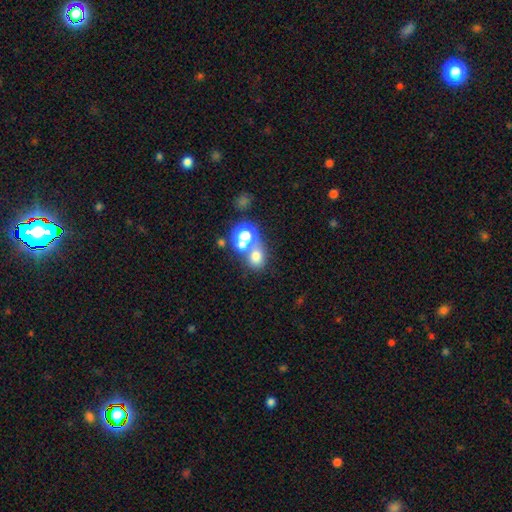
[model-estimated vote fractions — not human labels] This is likely a smooth galaxy (68%). How rounded: likely round (64%). Merging: possibly none (50%).